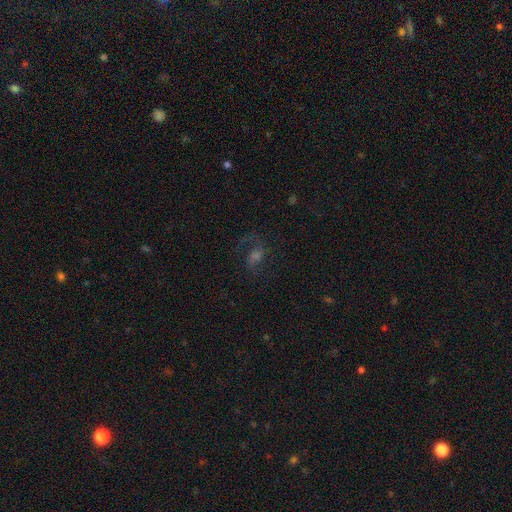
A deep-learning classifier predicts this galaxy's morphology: This is likely a featured or disk galaxy (61%). It is clearly not viewed edge-on (97%). Bar: possibly no (45%). Spiral arm pattern: clearly yes (91%). Spiral arm count: likely 2 (79%). Spiral winding: possibly loose (49%). Central bulge: marginally moderate (35%). Merging: likely none (66%).